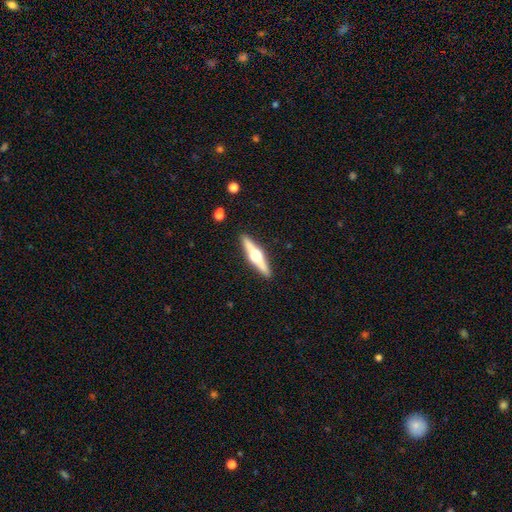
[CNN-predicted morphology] Q: Smooth or featured?
A: featured or disk (73%); runner-up: smooth (22%)
Q: Edge-on disk?
A: yes (98%); runner-up: no (2%)
Q: Edge-on bulge?
A: rounded (96%); runner-up: boxy (3%)
Q: Merging?
A: none (91%); runner-up: minor disturbance (6%)